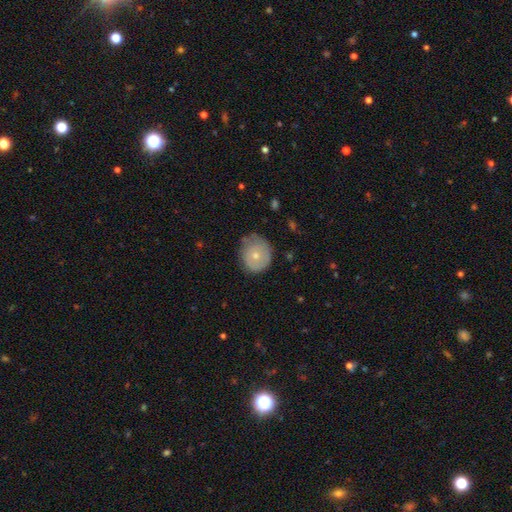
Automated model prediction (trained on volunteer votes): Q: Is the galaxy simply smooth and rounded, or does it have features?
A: smooth — 62%.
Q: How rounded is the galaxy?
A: round — 85%.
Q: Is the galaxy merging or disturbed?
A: none — 65%.